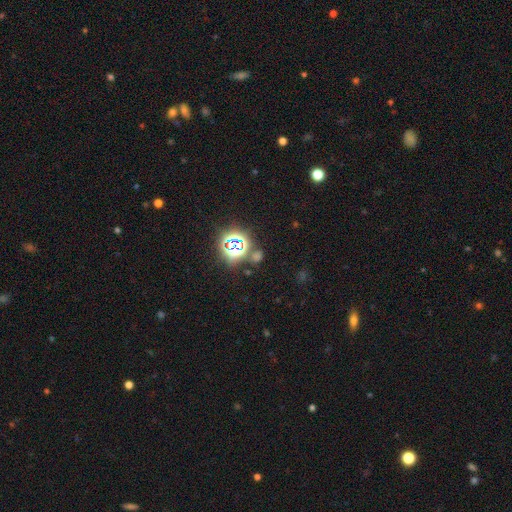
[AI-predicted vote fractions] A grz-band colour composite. It shows a star or artifact, not a galaxy (66%).